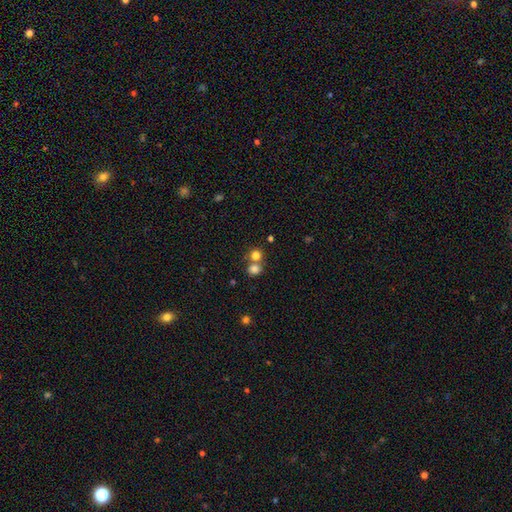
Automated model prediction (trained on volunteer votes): This appears to be a smooth galaxy with no disk features (80%) that is round (82%). Merging: none (46%).